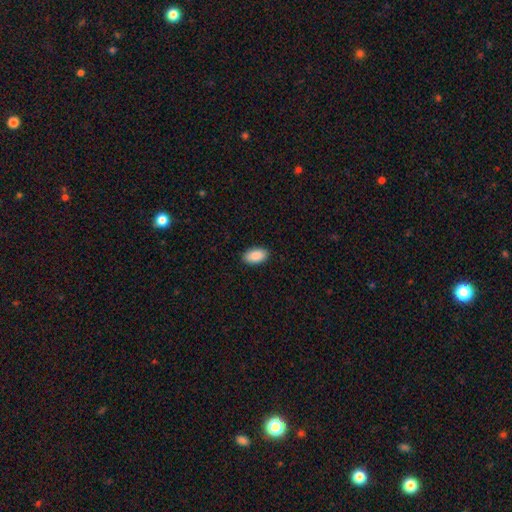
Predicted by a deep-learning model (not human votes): Q: Smooth or featured?
A: smooth (90%); runner-up: star or artifact (6%)
Q: How rounded?
A: in between (95%); runner-up: round (4%)
Q: Merging?
A: none (90%); runner-up: minor disturbance (8%)